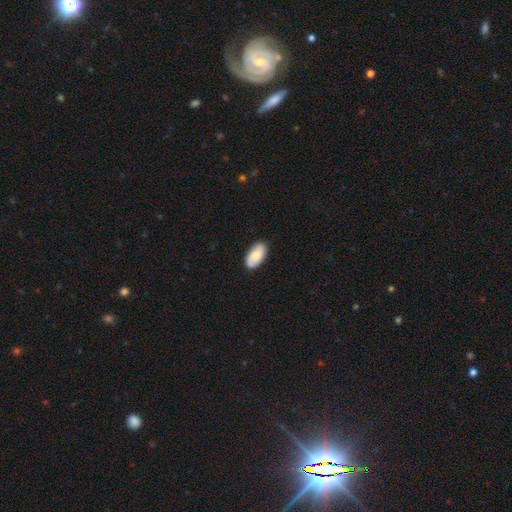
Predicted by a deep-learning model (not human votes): A smooth galaxy with no disk features (76%) that is in between round and cigar-shaped (95%). Merging: none (84%).